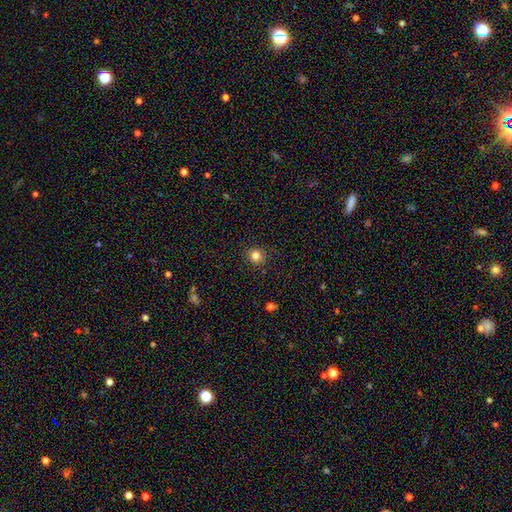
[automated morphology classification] Q: Smooth or featured?
A: smooth (83%); runner-up: star or artifact (12%)
Q: How rounded?
A: round (91%); runner-up: in between (8%)
Q: Merging?
A: none (91%); runner-up: minor disturbance (6%)